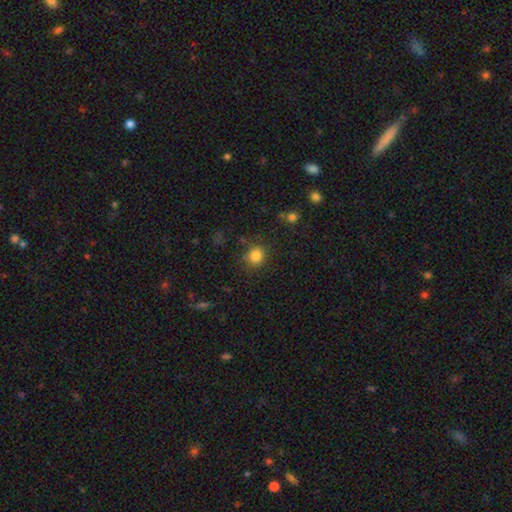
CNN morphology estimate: Smooth or featured: smooth — 83% (star or artifact — 12%)
How rounded: round — 83% (in between — 16%)
Merging: none — 82% (minor disturbance — 11%)